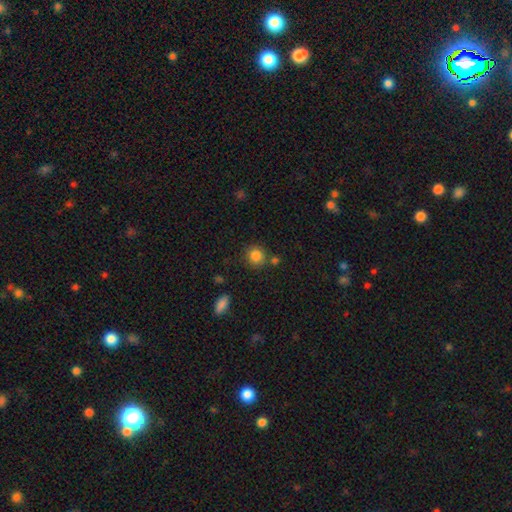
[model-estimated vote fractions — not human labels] smooth 84%, star or artifact 10%, featured or disk 6%. Down the decision tree: how rounded — round (88%); merging — none (78%).